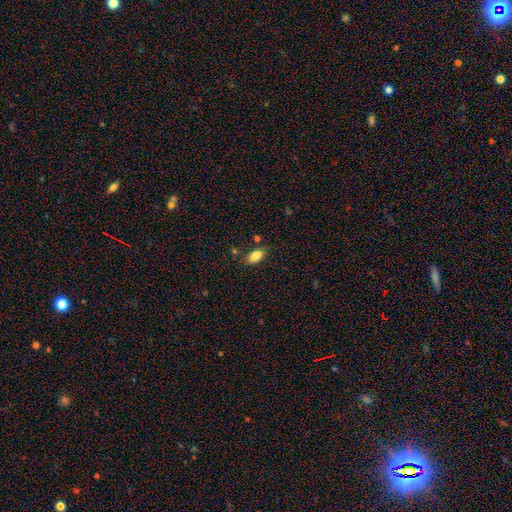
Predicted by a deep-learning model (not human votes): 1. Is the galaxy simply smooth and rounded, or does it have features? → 85% smooth, 8% star or artifact, 7% featured or disk.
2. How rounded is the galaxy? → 90% in between, 6% cigar-shaped, 4% round.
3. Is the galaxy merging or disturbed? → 79% none, 14% minor disturbance, 4% merger, 3% major disturbance.